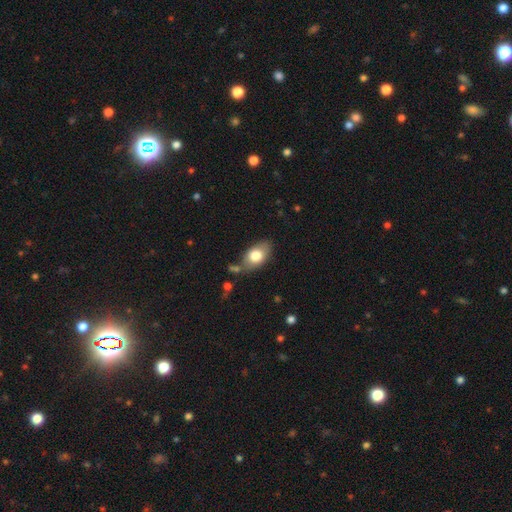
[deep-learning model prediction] The model was most divided on "merging": none: 66%, minor disturbance: 19%, merger: 9%, major disturbance: 6%. More confident: how rounded — in between (88%); smooth or featured — smooth (76%).